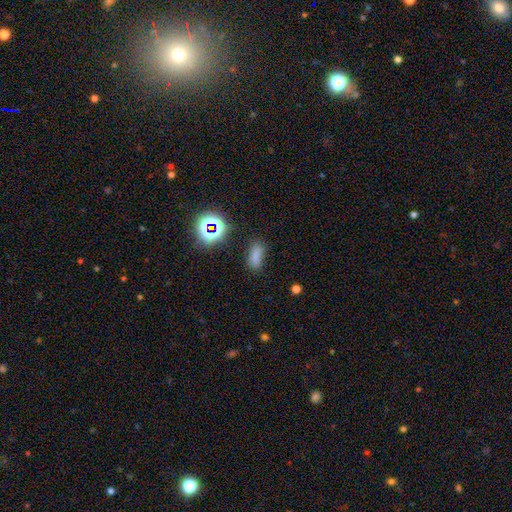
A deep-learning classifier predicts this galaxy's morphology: Smooth or featured: smooth — 73% (star or artifact — 20%)
How rounded: in between — 77% (cigar-shaped — 17%)
Merging: none — 75% (minor disturbance — 15%)